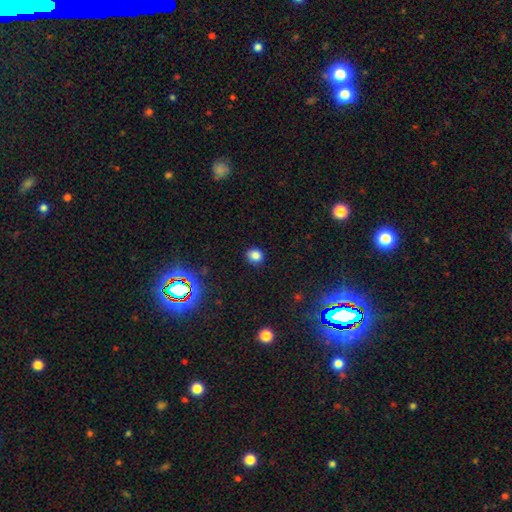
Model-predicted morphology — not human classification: smooth 82%, star or artifact 14%, featured or disk 4%. Down the decision tree: how rounded — round (72%); merging — none (86%).